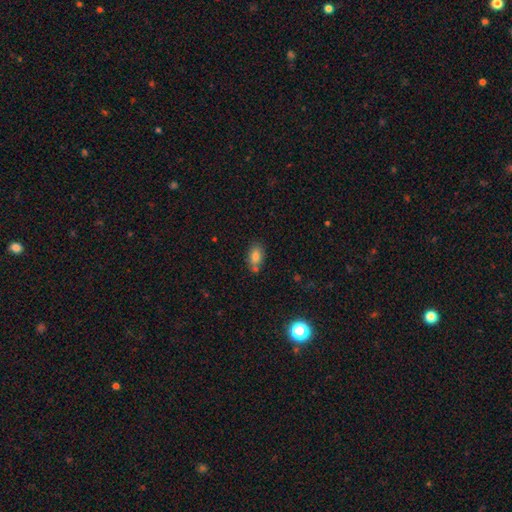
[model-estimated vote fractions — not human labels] Q: Smooth or featured?
A: smooth (80%); runner-up: featured or disk (11%)
Q: How rounded?
A: in between (88%); runner-up: round (9%)
Q: Merging?
A: none (65%); runner-up: minor disturbance (17%)